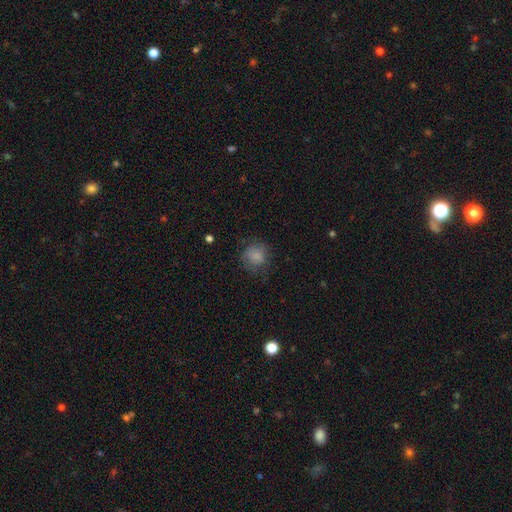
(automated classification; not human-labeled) A smooth galaxy with no disk features (80%) that is round (84%). Merging: none (68%).